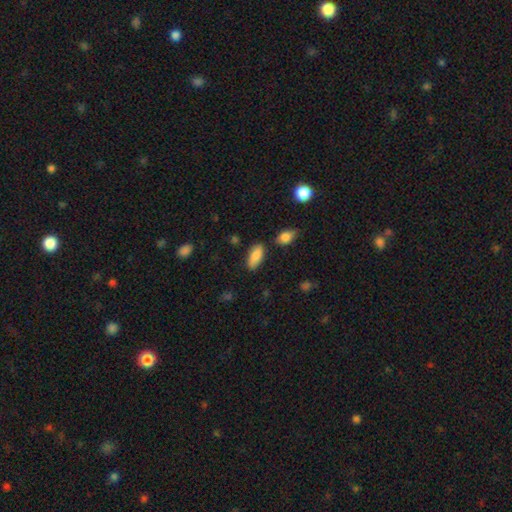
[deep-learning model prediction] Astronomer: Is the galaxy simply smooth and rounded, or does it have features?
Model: smooth — 86%.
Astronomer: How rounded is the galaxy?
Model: in between — 85%.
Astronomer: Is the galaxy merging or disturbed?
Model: none — 80%.